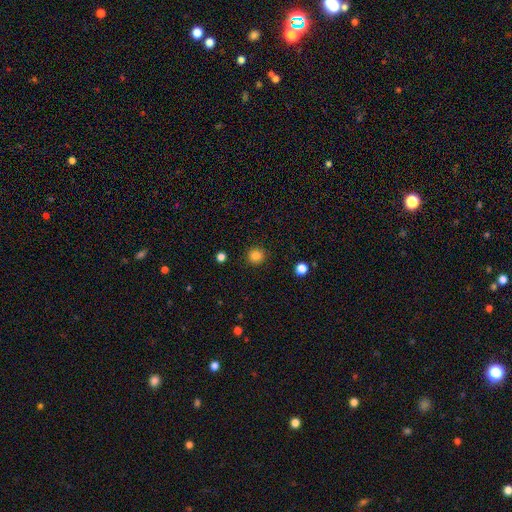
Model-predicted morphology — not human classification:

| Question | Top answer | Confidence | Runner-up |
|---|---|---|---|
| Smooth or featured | smooth | 84% | star or artifact (12%) |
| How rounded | round | 93% | in between (6%) |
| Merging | none | 91% | minor disturbance (5%) |